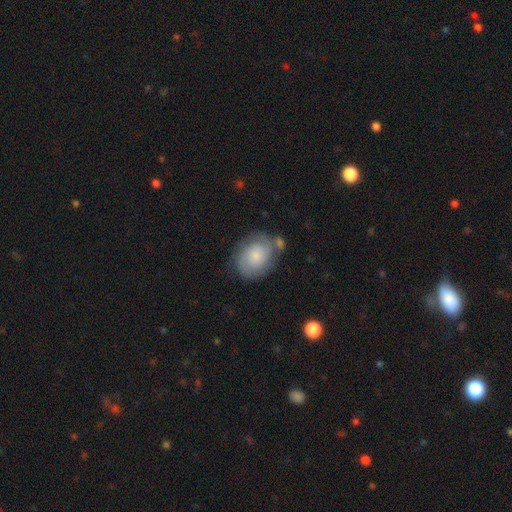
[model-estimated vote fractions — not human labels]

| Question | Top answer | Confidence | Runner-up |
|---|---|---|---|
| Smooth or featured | smooth | 48% | featured or disk (45%) |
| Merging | none | 62% | minor disturbance (20%) |